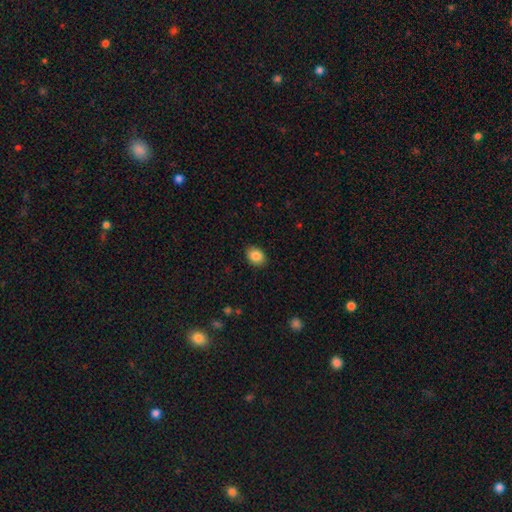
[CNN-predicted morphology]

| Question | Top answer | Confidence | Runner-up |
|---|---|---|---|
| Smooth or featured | smooth | 87% | star or artifact (8%) |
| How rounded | in between | 69% | round (30%) |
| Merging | none | 88% | minor disturbance (8%) |